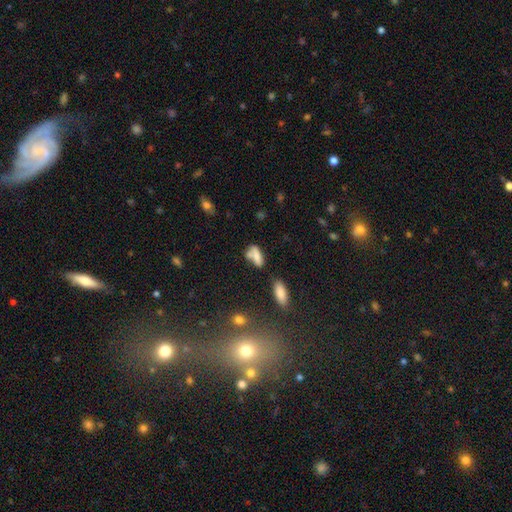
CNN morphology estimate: The model was most divided on "merging": none: 38%, merger: 31%, minor disturbance: 20%, major disturbance: 11%. More confident: how rounded — in between (78%); smooth or featured — smooth (69%).